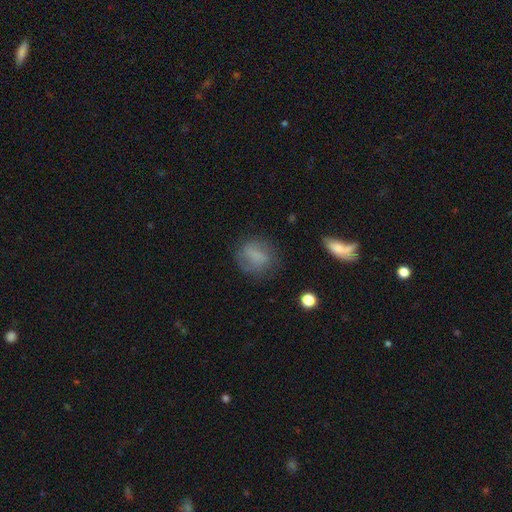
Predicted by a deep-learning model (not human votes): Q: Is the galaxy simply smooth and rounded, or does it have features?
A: smooth — 67%.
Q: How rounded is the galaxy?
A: round — 63%.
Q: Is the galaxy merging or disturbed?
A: none — 67%.